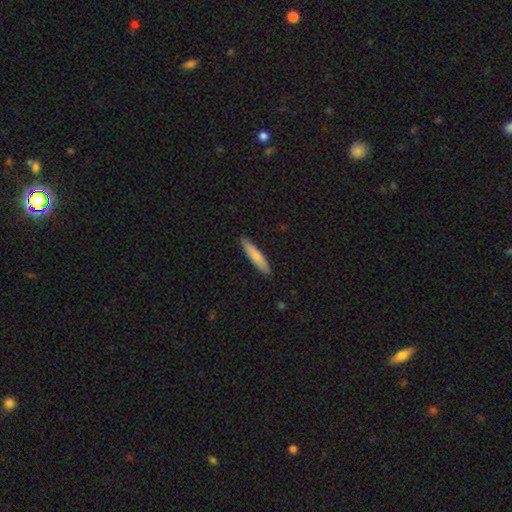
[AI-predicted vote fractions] This is likely a smooth galaxy (76%). How rounded: clearly cigar-shaped (86%). Merging: clearly none (89%).